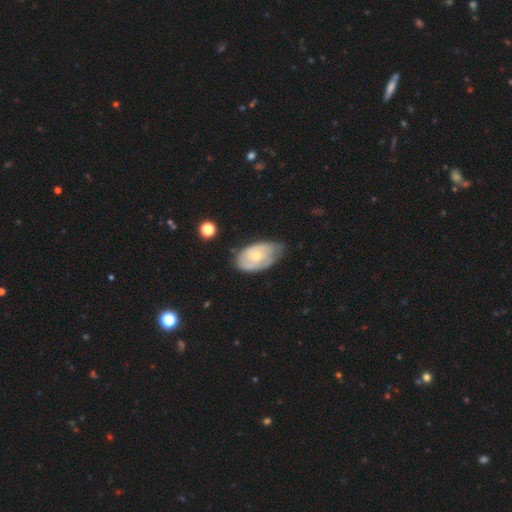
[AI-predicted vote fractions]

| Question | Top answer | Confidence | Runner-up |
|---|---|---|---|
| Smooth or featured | featured or disk | 70% | smooth (25%) |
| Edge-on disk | no | 96% | yes (4%) |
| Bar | no | 75% | weak (22%) |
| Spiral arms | yes | 86% | no (14%) |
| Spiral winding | tight | 60% | medium (31%) |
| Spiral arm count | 2 | 44% | can't tell (35%) |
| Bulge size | small | 62% | moderate (34%) |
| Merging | none | 60% | minor disturbance (31%) |